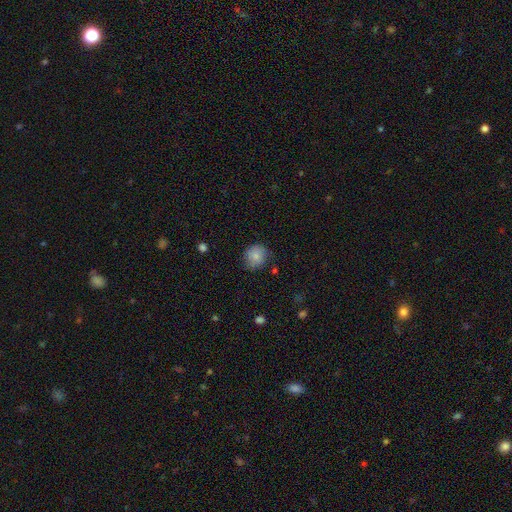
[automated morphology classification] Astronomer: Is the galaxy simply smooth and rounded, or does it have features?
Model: smooth — 83%.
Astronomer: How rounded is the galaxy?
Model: round — 84%.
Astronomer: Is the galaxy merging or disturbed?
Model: none — 76%.